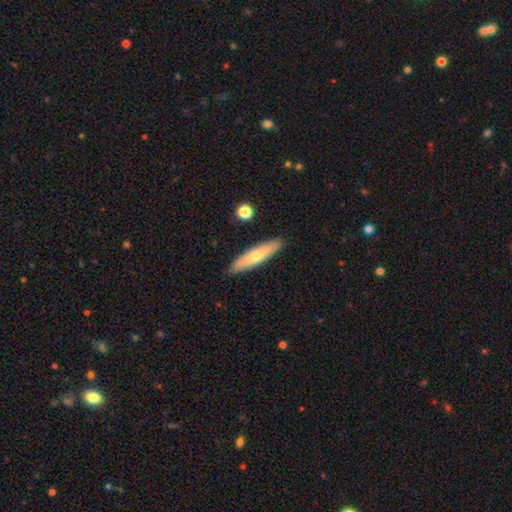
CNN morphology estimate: This is likely a smooth galaxy (63%). How rounded: clearly cigar-shaped (81%). Merging: clearly none (89%).